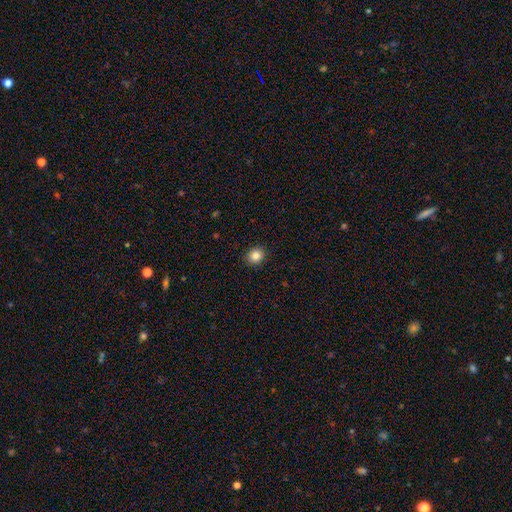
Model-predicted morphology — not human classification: Smooth or featured? smooth (84%)
How rounded? round (81%)
Merging? none (91%)